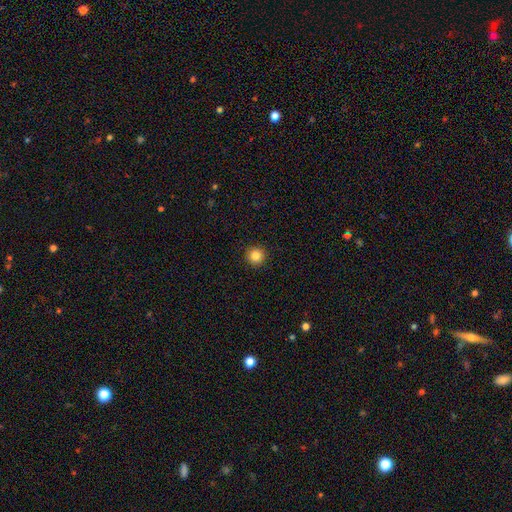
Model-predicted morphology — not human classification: This is clearly a smooth galaxy (85%). How rounded: clearly round (95%). Merging: clearly none (93%).